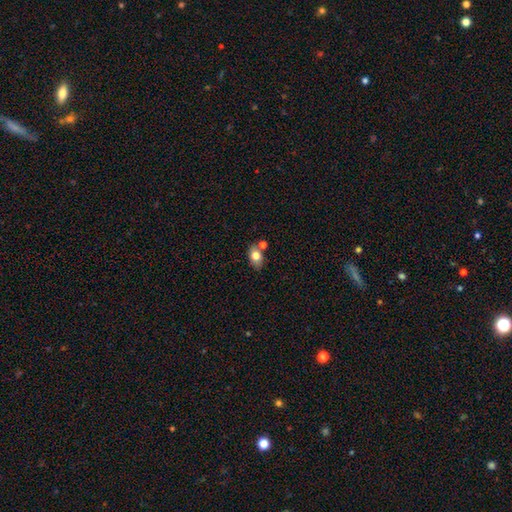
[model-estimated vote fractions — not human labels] This appears to be a smooth galaxy with no disk features (77%) that is in between round and cigar-shaped (77%). Merging: none (65%).